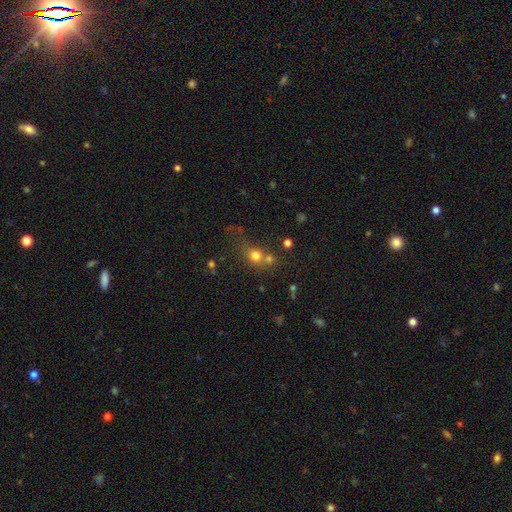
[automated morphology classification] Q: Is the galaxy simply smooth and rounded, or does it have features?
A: smooth — 70%.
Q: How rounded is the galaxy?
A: round — 80%.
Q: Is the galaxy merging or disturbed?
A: none — 48%.